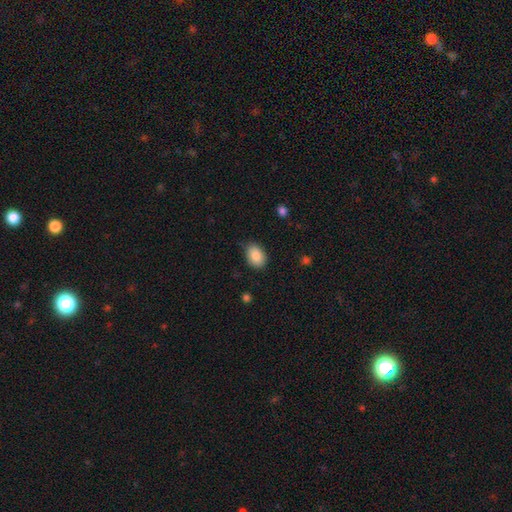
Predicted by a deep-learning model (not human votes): Smooth or featured?
  - smooth: 86% *
  - star or artifact: 7%
  - featured or disk: 7%
How rounded?
  - in between: 82% *
  - round: 17%
  - cigar-shaped: 1%
Merging?
  - none: 79% *
  - minor disturbance: 17%
  - major disturbance: 3%
  - merger: 1%